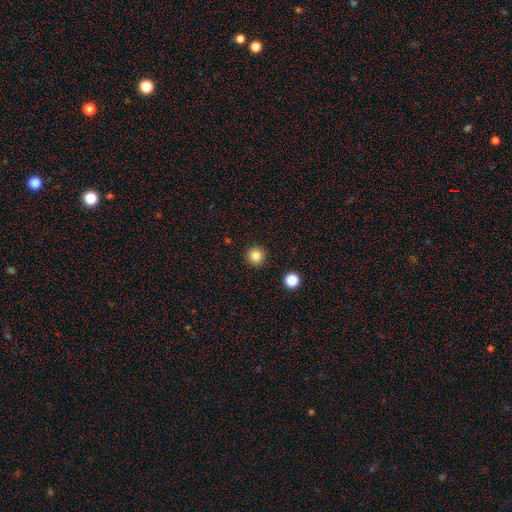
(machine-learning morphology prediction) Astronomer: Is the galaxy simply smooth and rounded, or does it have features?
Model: smooth — 84%.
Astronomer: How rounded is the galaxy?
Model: round — 96%.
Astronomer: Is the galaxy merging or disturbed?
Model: none — 93%.